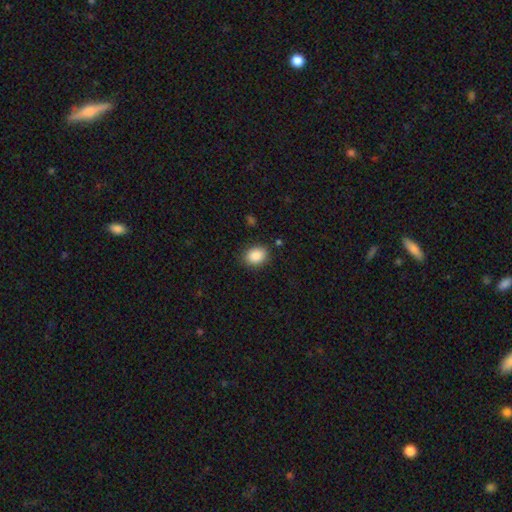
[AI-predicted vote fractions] Overall: smooth (88%). How rounded: in between (68%; round 31%). Merging: none (85%).